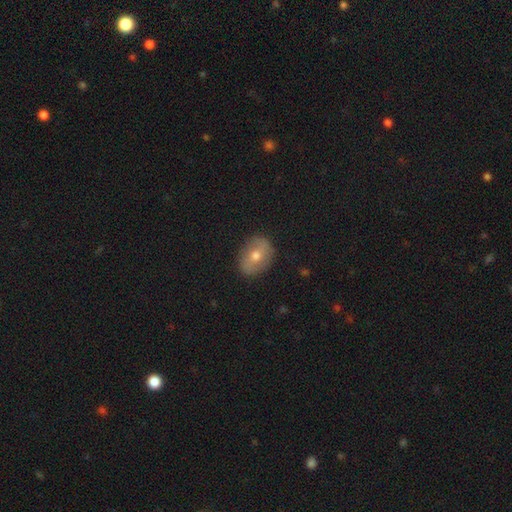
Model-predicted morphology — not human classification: smooth-or-featured: smooth: 53% | featured or disk: 39% | star or artifact: 8%
  how-rounded: in between: 58% | round: 40% | cigar-shaped: 2%
  merging: none: 86% | minor disturbance: 11% | major disturbance: 3% | merger: 1%